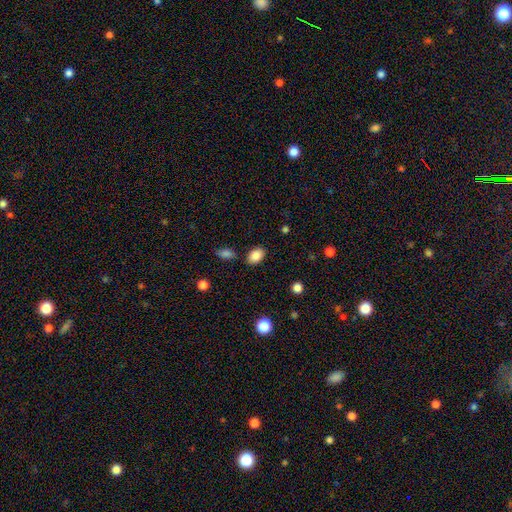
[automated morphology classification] Q: Smooth or featured?
A: smooth (86%); runner-up: star or artifact (9%)
Q: How rounded?
A: in between (81%); runner-up: round (17%)
Q: Merging?
A: none (84%); runner-up: minor disturbance (10%)